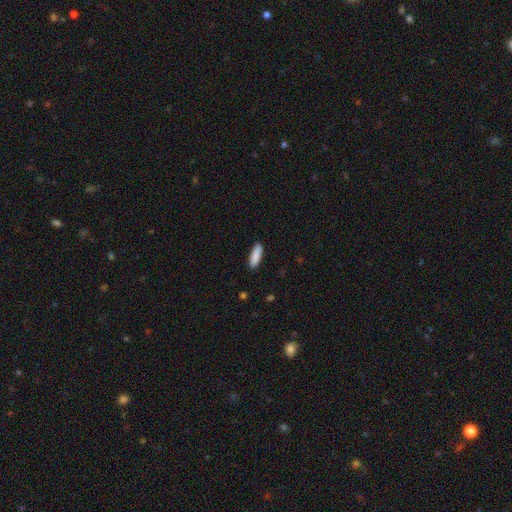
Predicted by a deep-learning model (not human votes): Overall: smooth (89%). How rounded: cigar-shaped (60%; in between 39%). Merging: none (90%).